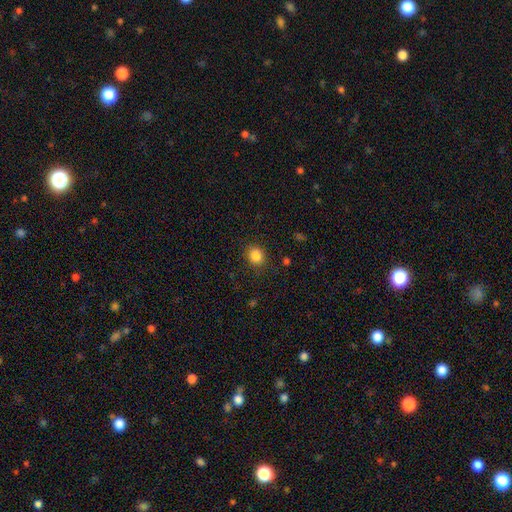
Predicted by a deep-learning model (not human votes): smooth 85%, star or artifact 11%, featured or disk 4%. Down the decision tree: how rounded — round (73%); merging — none (85%).